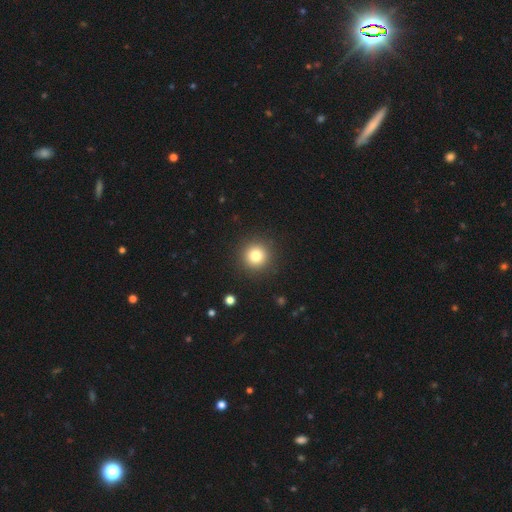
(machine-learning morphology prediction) smooth 80%, star or artifact 12%, featured or disk 8%. Down the decision tree: how rounded — round (95%); merging — none (91%).